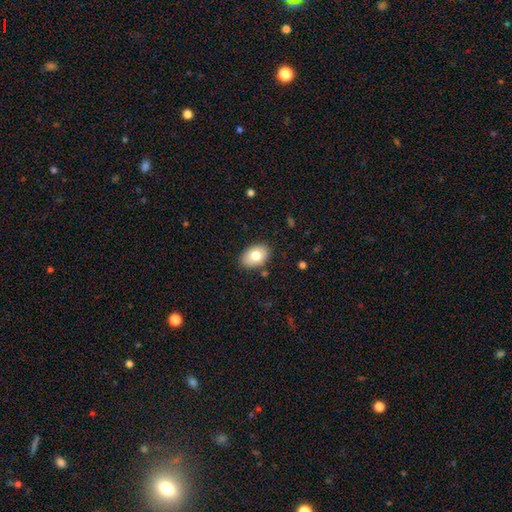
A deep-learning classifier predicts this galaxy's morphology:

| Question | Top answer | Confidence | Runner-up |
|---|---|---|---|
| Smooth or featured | smooth | 79% | featured or disk (14%) |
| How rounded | in between | 86% | round (13%) |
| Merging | none | 85% | minor disturbance (11%) |